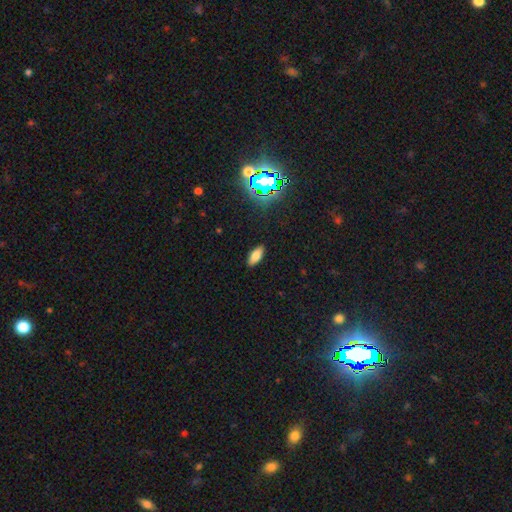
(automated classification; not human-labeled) A smooth galaxy with no disk features (78%) that is in between round and cigar-shaped (85%). Merging: none (89%).